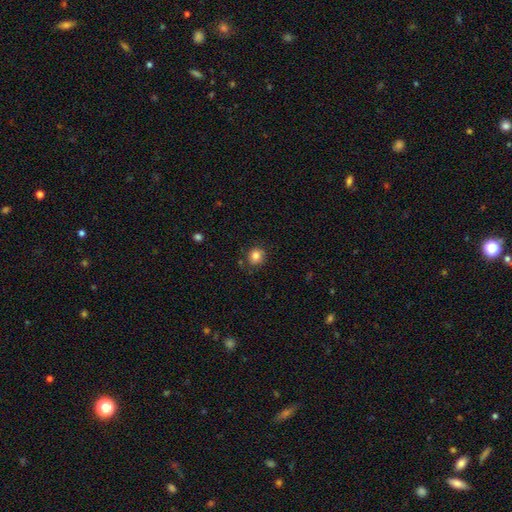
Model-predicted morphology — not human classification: Smooth or featured? smooth (82%)
How rounded? round (81%)
Merging? none (79%)